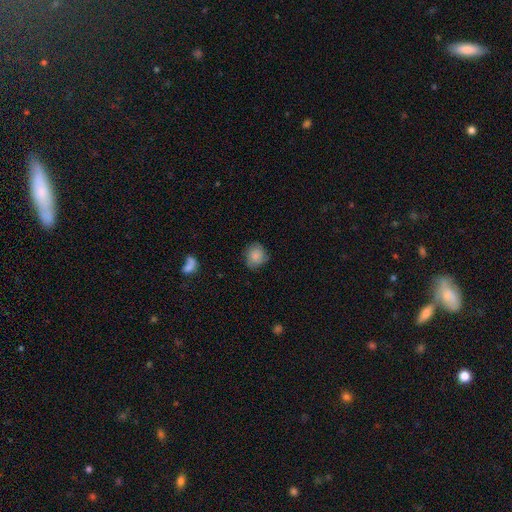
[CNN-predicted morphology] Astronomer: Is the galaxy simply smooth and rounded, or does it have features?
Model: smooth — 77%.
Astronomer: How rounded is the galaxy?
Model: round — 76%.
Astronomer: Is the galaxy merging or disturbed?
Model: none — 71%.